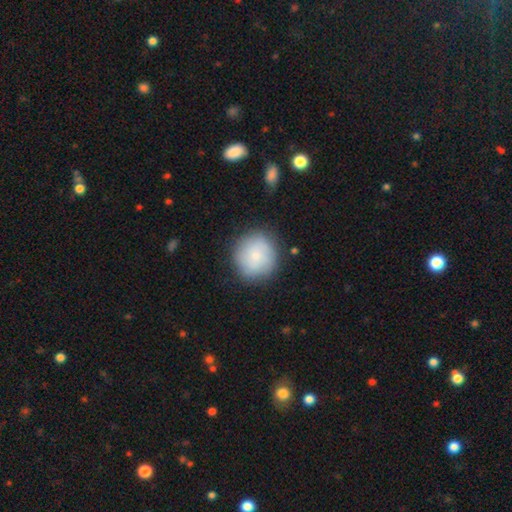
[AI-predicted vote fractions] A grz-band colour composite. It shows a smooth galaxy with no disk features (75%) that is round (91%). Merging: none (82%).